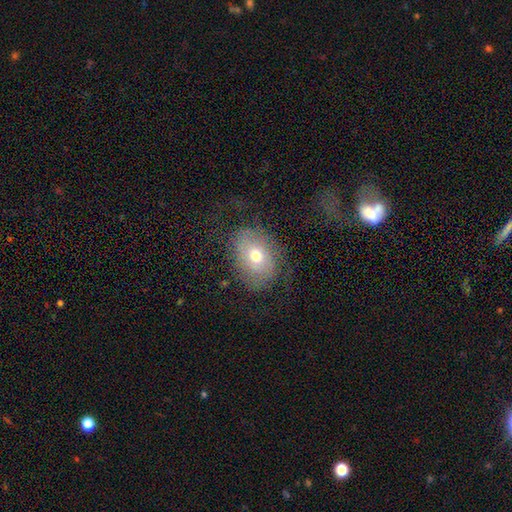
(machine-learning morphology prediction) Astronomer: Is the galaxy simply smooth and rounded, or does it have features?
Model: smooth — 62%.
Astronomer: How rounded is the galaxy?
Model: in between — 68%.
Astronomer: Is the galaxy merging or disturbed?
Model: none — 61%.